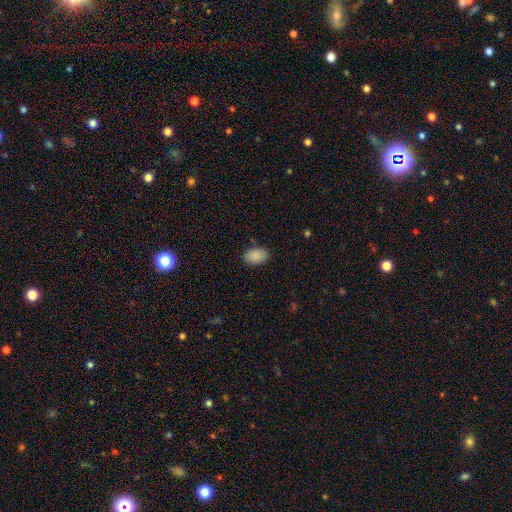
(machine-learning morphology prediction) A smooth galaxy with no disk features (89%) that is in between round and cigar-shaped (91%). Merging: none (87%).